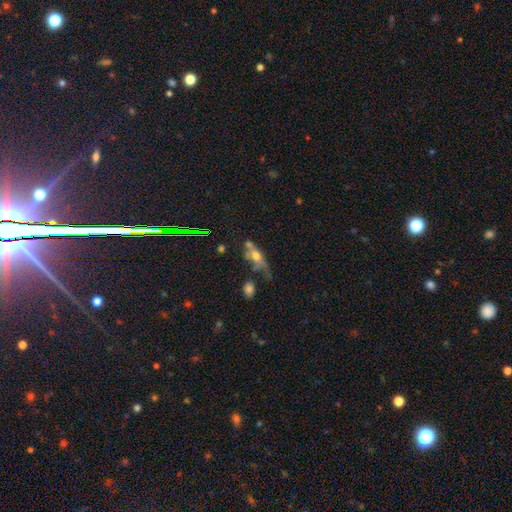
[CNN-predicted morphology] smooth 45%, featured or disk 43%, star or artifact 13%. Down the decision tree: merging — none (30%).